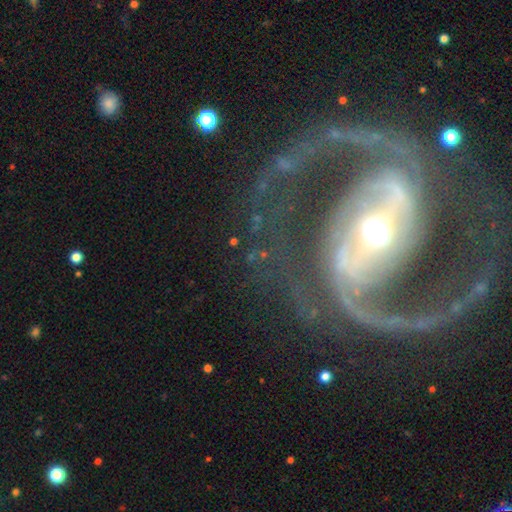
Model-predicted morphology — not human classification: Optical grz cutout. It shows a featured or disk galaxy (86%) with a strong bar (49%), 2 (71%) medium (42%) spiral arms (89%) and a moderate central bulge (59%). Merging: none (60%).